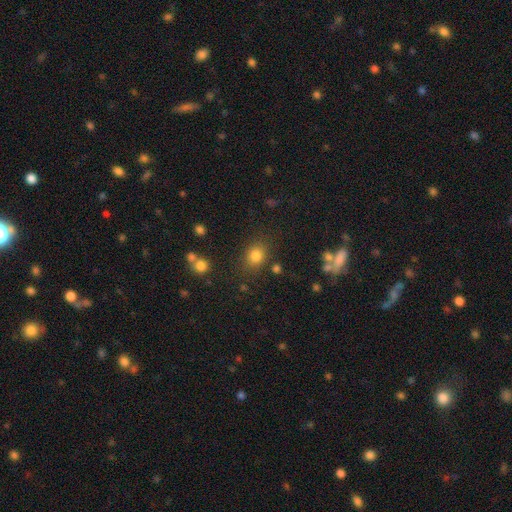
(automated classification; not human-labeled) Smooth or featured: smooth — 81% (star or artifact — 13%)
How rounded: round — 57% (in between — 42%)
Merging: none — 78% (minor disturbance — 12%)